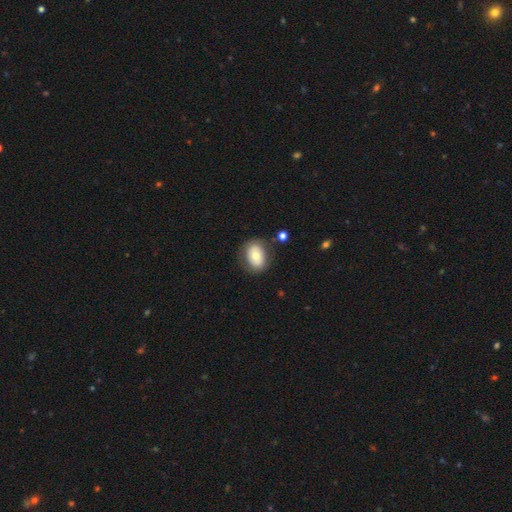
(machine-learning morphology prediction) type=smooth (66%); roundness=in between (70%); merging=none (78%).